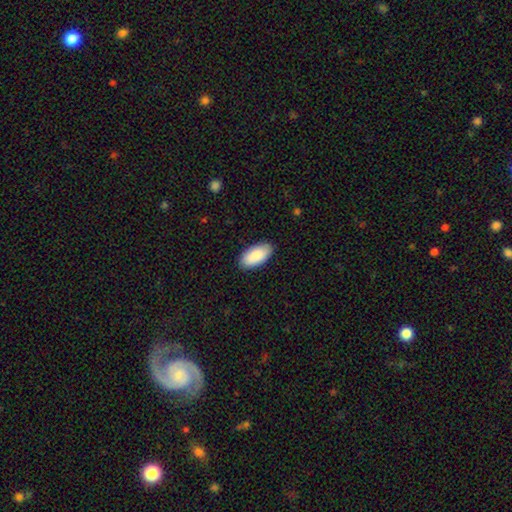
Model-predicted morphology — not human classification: The model was most divided on "merging": none: 89%, minor disturbance: 9%, major disturbance: 2%, merger: 1%. More confident: how rounded — in between (94%); smooth or featured — smooth (90%).